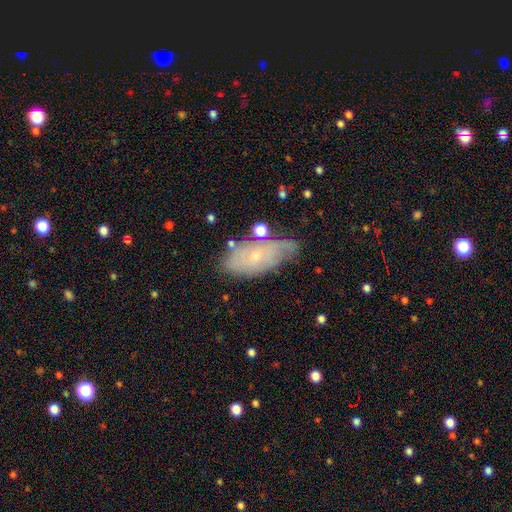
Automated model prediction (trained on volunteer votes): Smooth or featured: featured or disk — 51% (smooth — 40%)
Edge-on disk: no — 85% (yes — 15%)
Merging: none — 59% (minor disturbance — 26%)